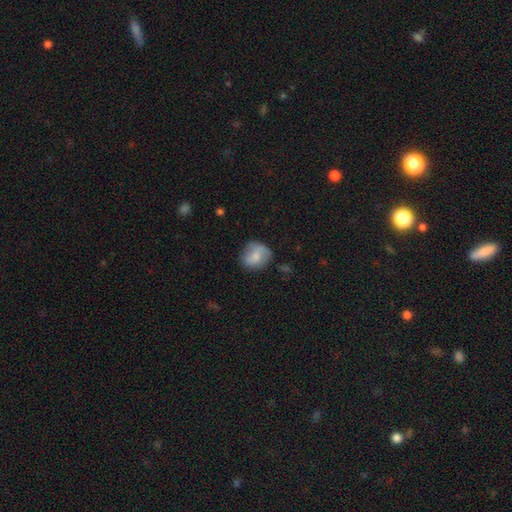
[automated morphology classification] This is likely a smooth galaxy (68%). How rounded: likely round (71%). Merging: likely none (61%).